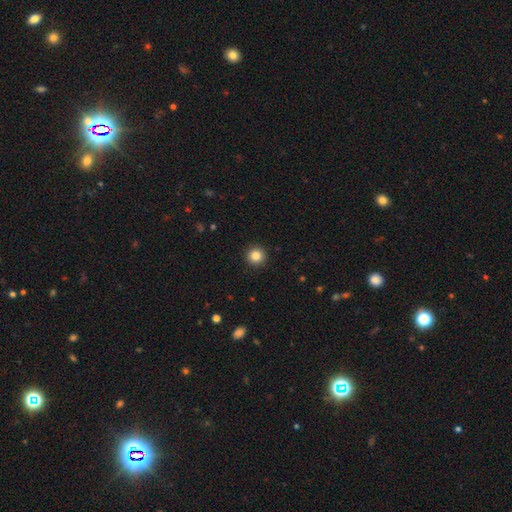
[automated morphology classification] The model was most divided on "smooth or featured": smooth: 85%, star or artifact: 11%, featured or disk: 4%. More confident: how rounded — round (95%); merging — none (93%).